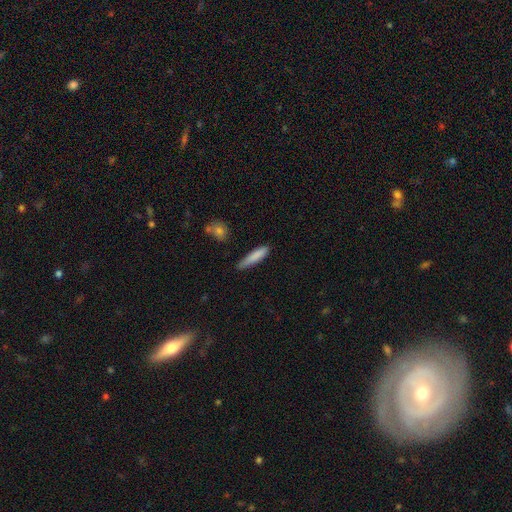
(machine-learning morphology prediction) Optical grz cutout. It shows a smooth galaxy with no disk features (83%) that is cigar-shaped (83%). Merging: none (71%).